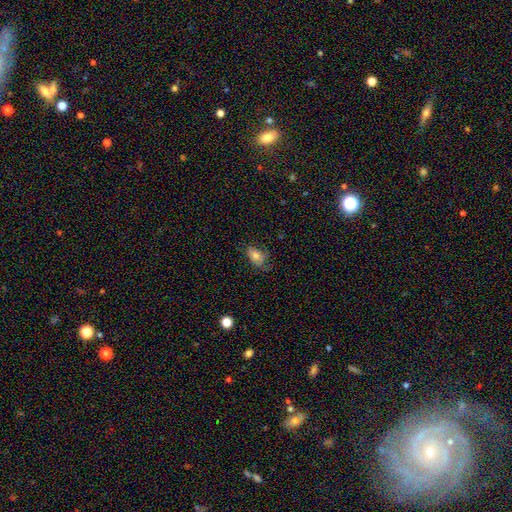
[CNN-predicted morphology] type=smooth (65%); roundness=in between (84%); merging=none (57%).